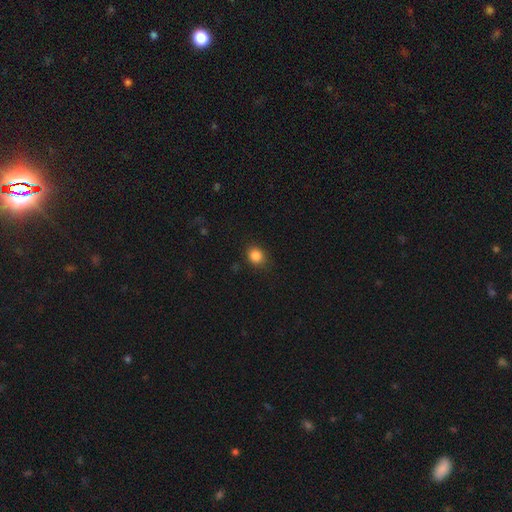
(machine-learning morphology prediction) Smooth or featured?
  - smooth: 86% *
  - star or artifact: 11%
  - featured or disk: 4%
How rounded?
  - round: 73% *
  - in between: 26%
  - cigar-shaped: 1%
Merging?
  - none: 86% *
  - minor disturbance: 10%
  - major disturbance: 3%
  - merger: 1%